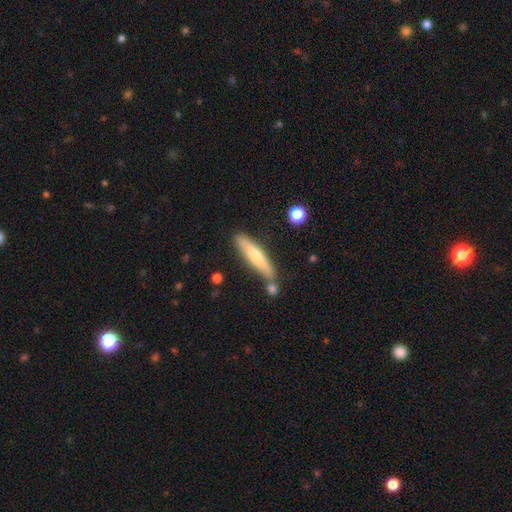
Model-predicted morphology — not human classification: smooth_or_featured: smooth (p=0.61) [alt: featured or disk p=0.33]
how_rounded: cigar-shaped (p=0.87) [alt: in between p=0.12]
merging: none (p=0.71) [alt: minor disturbance p=0.14]